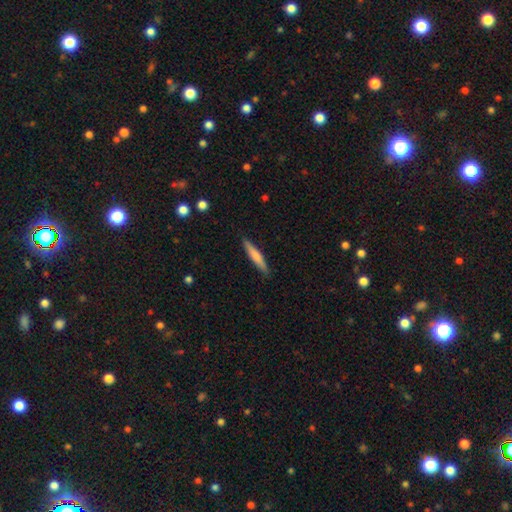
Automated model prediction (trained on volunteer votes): Q: Smooth or featured?
A: smooth (65%); runner-up: featured or disk (29%)
Q: How rounded?
A: cigar-shaped (92%); runner-up: in between (7%)
Q: Merging?
A: none (89%); runner-up: minor disturbance (8%)